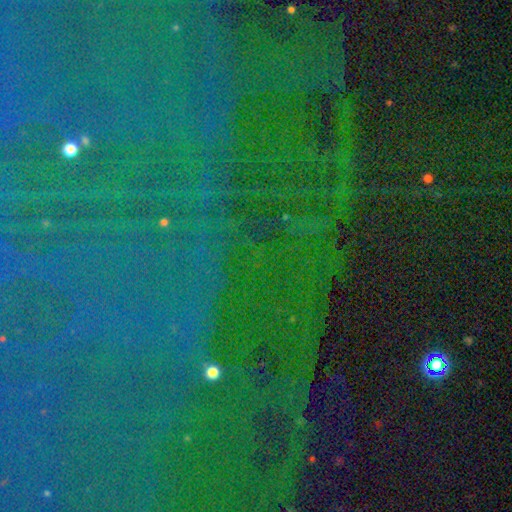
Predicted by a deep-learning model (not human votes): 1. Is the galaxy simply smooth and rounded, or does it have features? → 86% star or artifact, 7% featured or disk, 6% smooth.